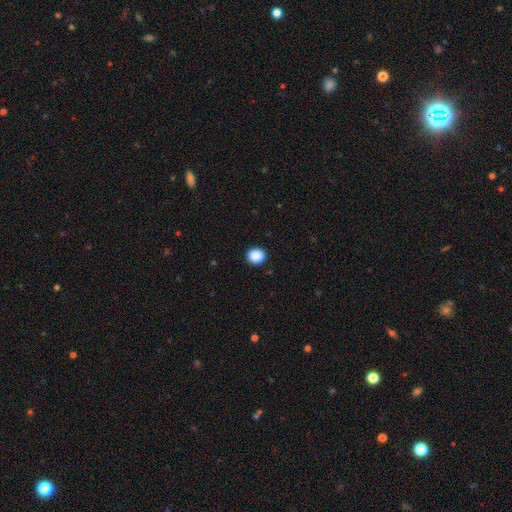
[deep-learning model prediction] This is clearly a smooth galaxy (89%). How rounded: likely round (77%). Merging: clearly none (92%).